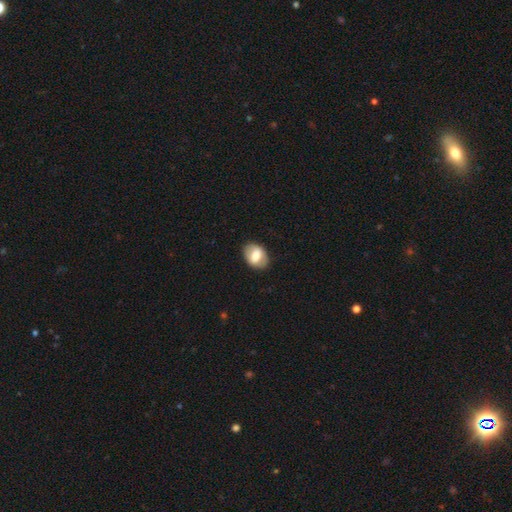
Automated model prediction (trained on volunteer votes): A smooth galaxy with no disk features (63%) that is in between round and cigar-shaped (77%). Merging: none (85%).